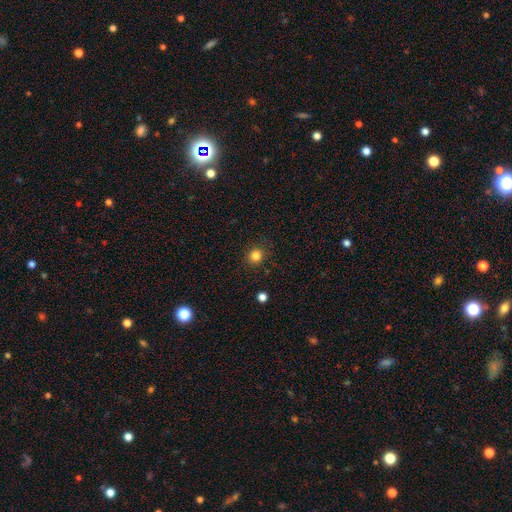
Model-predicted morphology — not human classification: Q: Smooth or featured?
A: smooth (83%); runner-up: star or artifact (12%)
Q: How rounded?
A: round (88%); runner-up: in between (11%)
Q: Merging?
A: none (87%); runner-up: minor disturbance (8%)